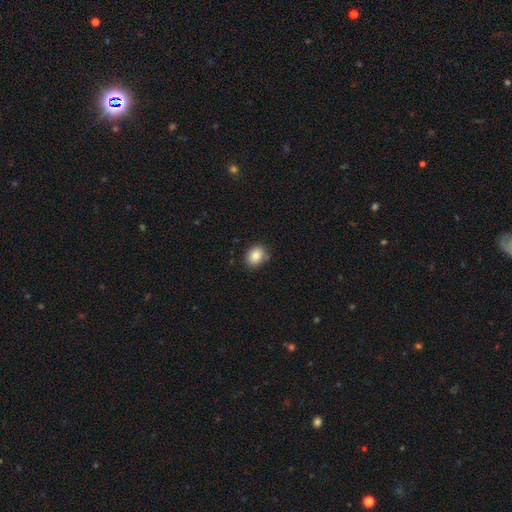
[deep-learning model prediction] smooth-or-featured: smooth: 86% | star or artifact: 9% | featured or disk: 5%
  how-rounded: in between: 54% | round: 45% | cigar-shaped: 1%
  merging: none: 81% | minor disturbance: 14% | merger: 3% | major disturbance: 3%